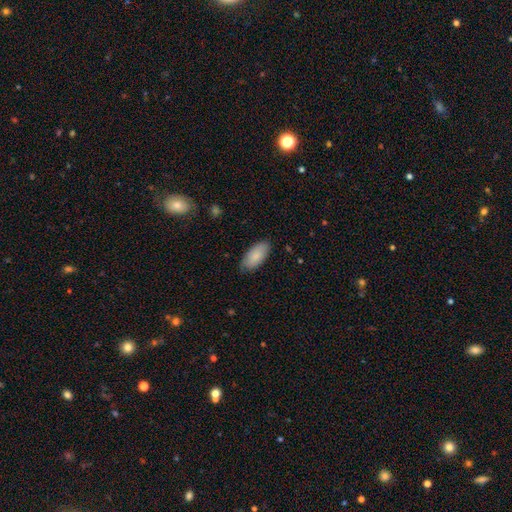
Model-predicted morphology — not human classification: Smooth or featured: smooth — 87% (featured or disk — 8%)
How rounded: in between — 92% (cigar-shaped — 7%)
Merging: none — 82% (minor disturbance — 14%)